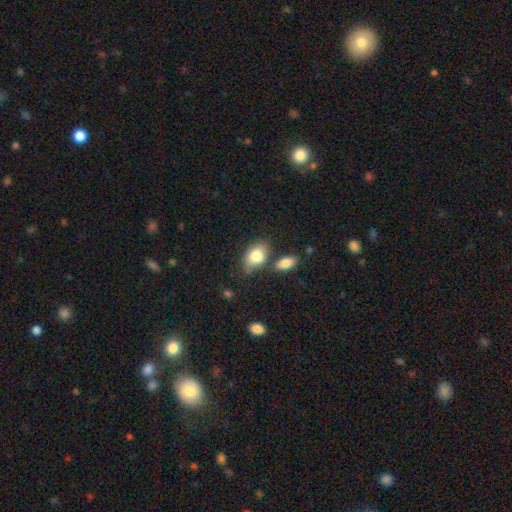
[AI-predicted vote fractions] A smooth galaxy with no disk features (81%) that is in between round and cigar-shaped (90%).

Vote fractions:
- Smooth or featured? smooth: 81% / featured or disk: 12% / star or artifact: 7%
- How rounded? in between: 90% / round: 8% / cigar-shaped: 2%
- Merging? none: 61% / minor disturbance: 19% / merger: 15% / major disturbance: 5%